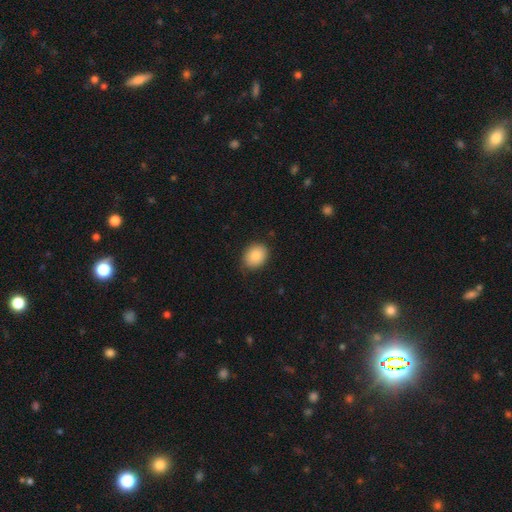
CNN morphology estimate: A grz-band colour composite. It shows a smooth galaxy with no disk features (86%) that is round (56%). Merging: none (80%).